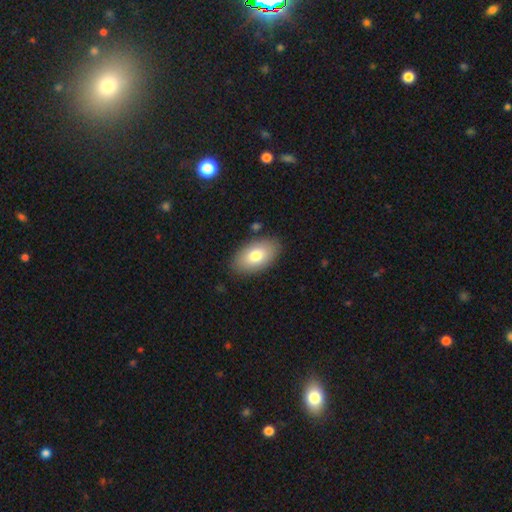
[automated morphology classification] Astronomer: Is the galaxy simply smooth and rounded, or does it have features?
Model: smooth — 78%.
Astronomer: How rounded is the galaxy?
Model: in between — 94%.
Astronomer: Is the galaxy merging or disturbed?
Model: none — 85%.